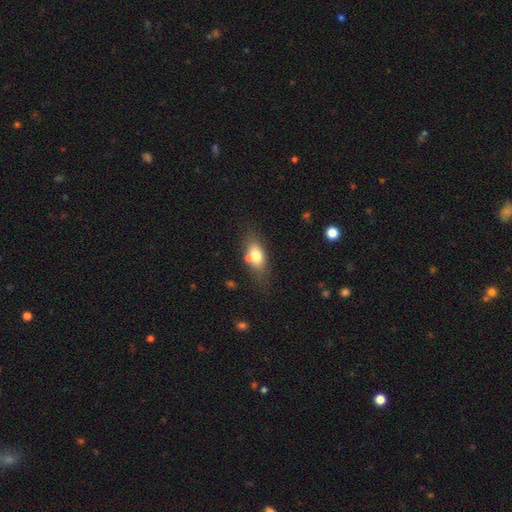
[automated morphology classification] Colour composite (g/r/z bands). It shows a smooth galaxy with no disk features (72%) that is in between round and cigar-shaped (80%). Merging: none (62%).